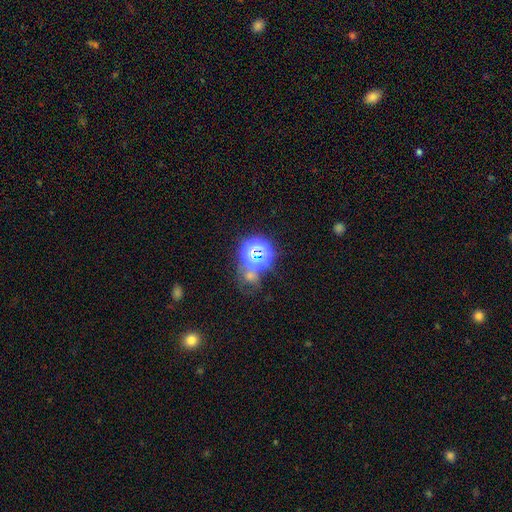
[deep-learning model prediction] star or artifact 70%, smooth 22%, featured or disk 8%.